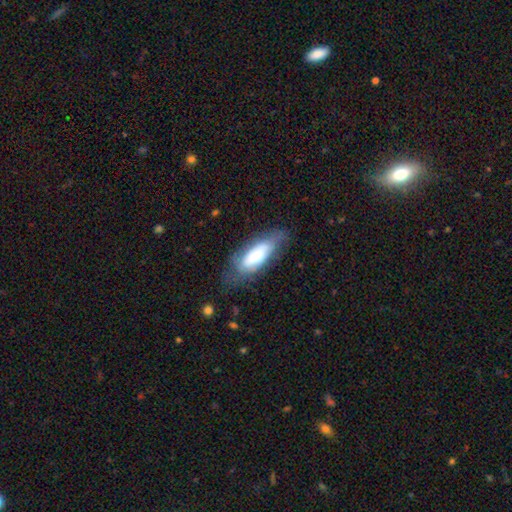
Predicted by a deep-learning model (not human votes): Q: Smooth or featured?
A: smooth (63%); runner-up: featured or disk (30%)
Q: How rounded?
A: in between (72%); runner-up: cigar-shaped (26%)
Q: Merging?
A: none (54%); runner-up: minor disturbance (28%)